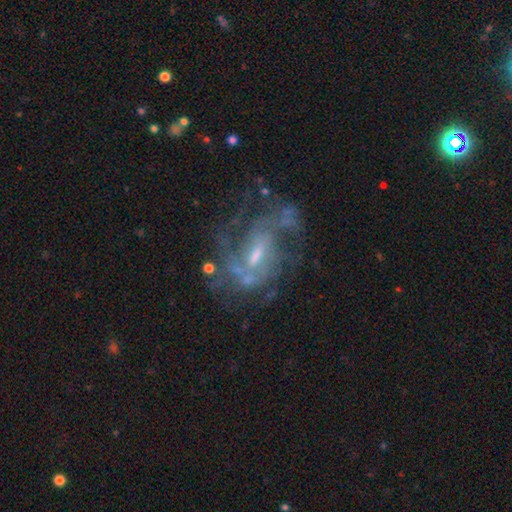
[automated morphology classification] Smooth or featured: featured or disk — 81% (star or artifact — 11%)
Edge-on disk: no — 96% (yes — 4%)
Bar: weak — 50% (no — 31%)
Spiral arms: yes — 84% (no — 16%)
Spiral winding: medium — 47% (tight — 29%)
Spiral arm count: 2 — 39% (can't tell — 31%)
Bulge size: small — 49% (moderate — 37%)
Merging: none — 54% (major disturbance — 22%)